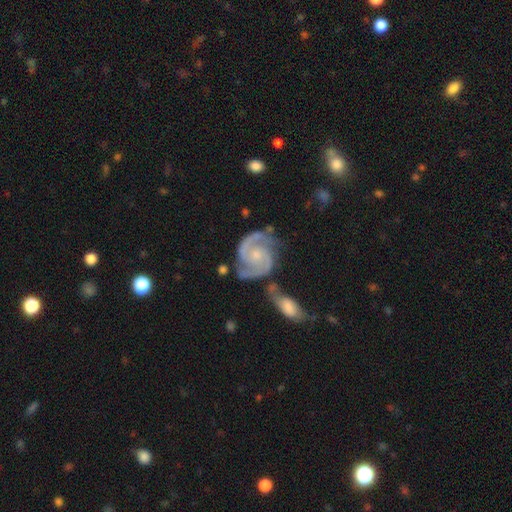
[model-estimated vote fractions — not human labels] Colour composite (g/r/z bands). It shows a featured or disk galaxy (91%) with no bar (66%), 2 (88%) medium (47%) spiral arms (98%) and a small central bulge (57%). Merging: none (61%).